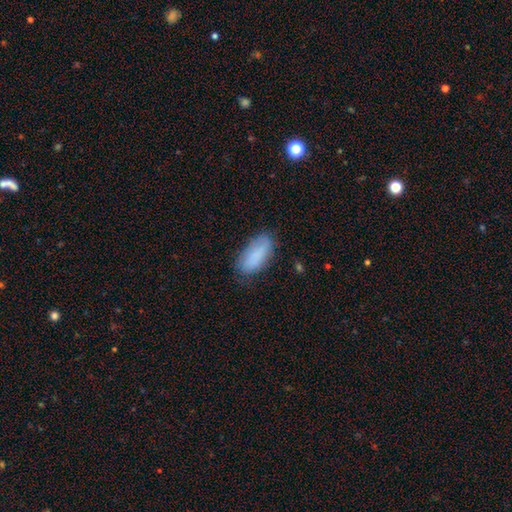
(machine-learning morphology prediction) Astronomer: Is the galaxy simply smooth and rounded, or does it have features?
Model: smooth — 83%.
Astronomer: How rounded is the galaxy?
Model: in between — 87%.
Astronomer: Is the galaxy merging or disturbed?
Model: none — 72%.